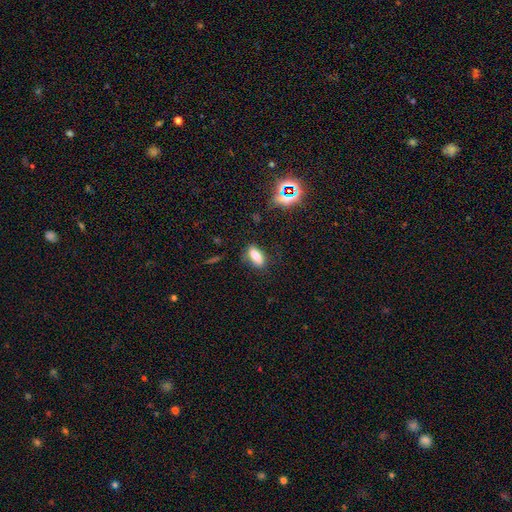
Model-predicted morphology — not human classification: The model was most divided on "how rounded": in between: 66%, cigar-shaped: 29%, round: 5%. More confident: merging — none (77%); smooth or featured — smooth (74%).